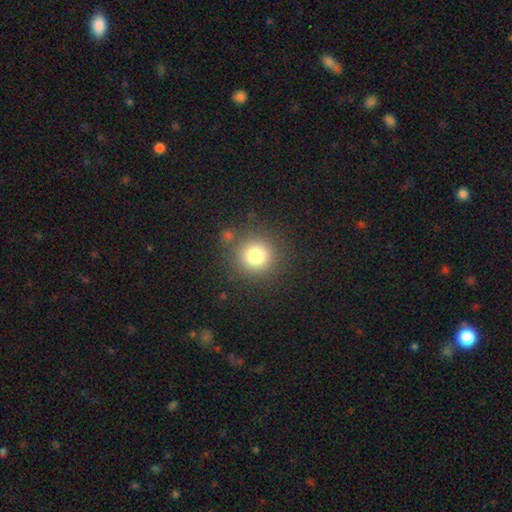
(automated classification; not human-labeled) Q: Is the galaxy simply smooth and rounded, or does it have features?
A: smooth — 80%.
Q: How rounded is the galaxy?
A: round — 94%.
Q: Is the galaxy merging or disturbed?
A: none — 84%.